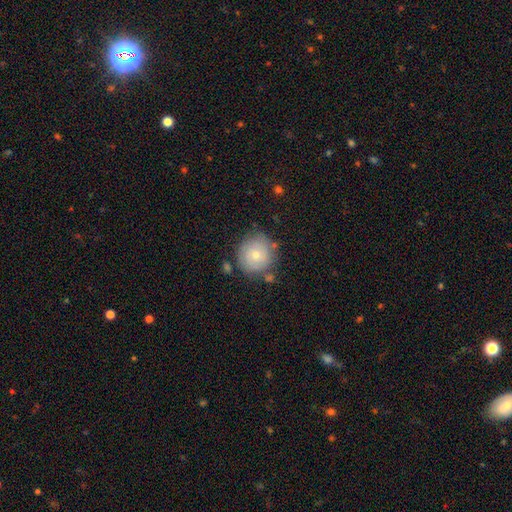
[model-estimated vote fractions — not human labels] A smooth galaxy with no disk features (67%) that is round (92%).

Vote fractions:
- Smooth or featured? smooth: 67% / featured or disk: 26% / star or artifact: 8%
- How rounded? round: 92% / in between: 7% / cigar-shaped: 1%
- Merging? none: 77% / minor disturbance: 15% / merger: 4% / major disturbance: 4%